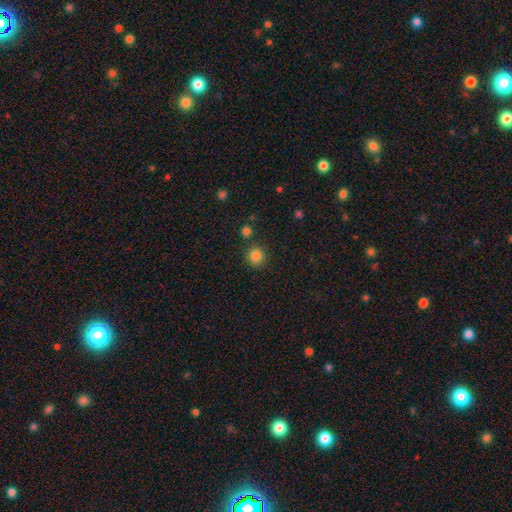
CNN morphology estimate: smooth_or_featured: smooth (p=0.85) [alt: star or artifact p=0.11]
how_rounded: round (p=0.90) [alt: in between p=0.09]
merging: none (p=0.82) [alt: minor disturbance p=0.09]